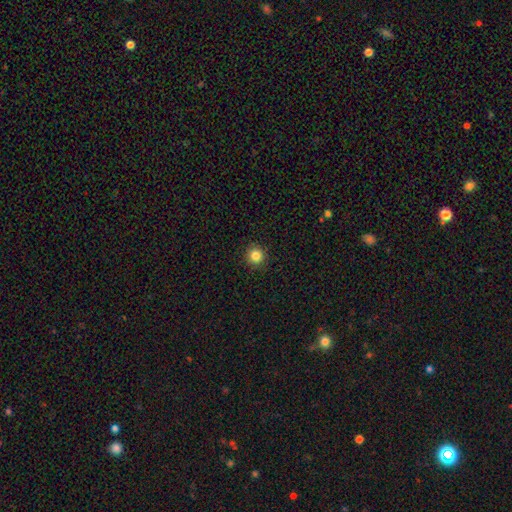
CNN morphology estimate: Smooth or featured?
  - smooth: 84% *
  - star or artifact: 11%
  - featured or disk: 4%
How rounded?
  - round: 94% *
  - in between: 5%
  - cigar-shaped: 1%
Merging?
  - none: 92% *
  - minor disturbance: 5%
  - major disturbance: 2%
  - merger: 1%